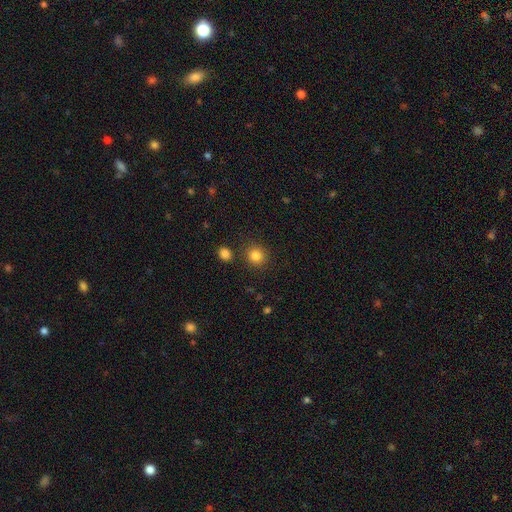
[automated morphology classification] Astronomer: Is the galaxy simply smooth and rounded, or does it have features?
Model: smooth — 84%.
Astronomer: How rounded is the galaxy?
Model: round — 89%.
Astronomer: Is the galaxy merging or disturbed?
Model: none — 85%.